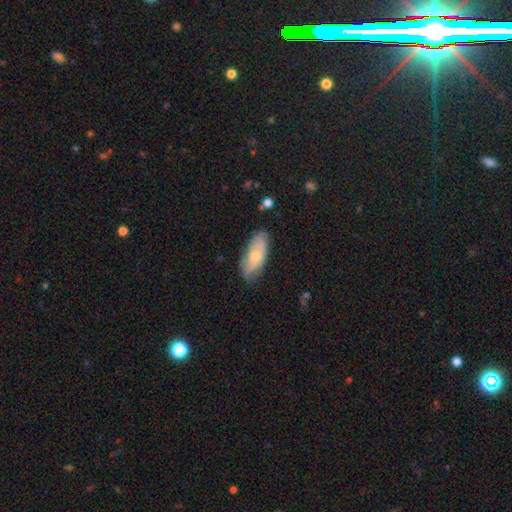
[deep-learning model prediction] This appears to be a smooth galaxy with no disk features (65%) that is in between round and cigar-shaped (84%). Merging: none (73%).